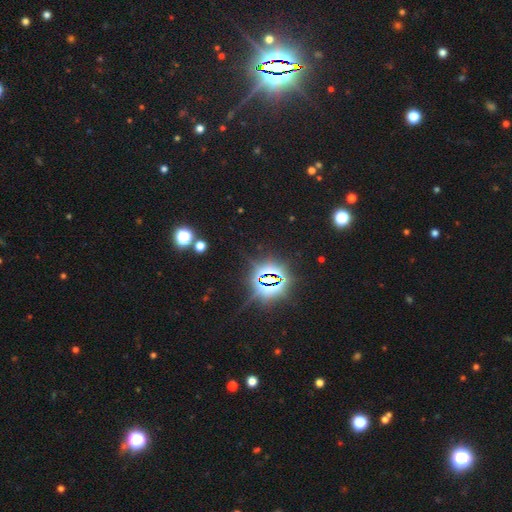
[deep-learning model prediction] Morphology: type=star or artifact (83%).